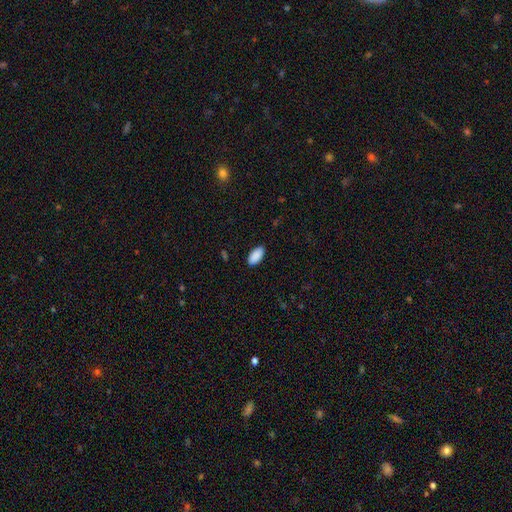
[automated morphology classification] Smooth or featured?
  - smooth: 91% *
  - star or artifact: 6%
  - featured or disk: 3%
How rounded?
  - in between: 94% *
  - cigar-shaped: 4%
  - round: 2%
Merging?
  - none: 88% *
  - minor disturbance: 9%
  - major disturbance: 2%
  - merger: 1%